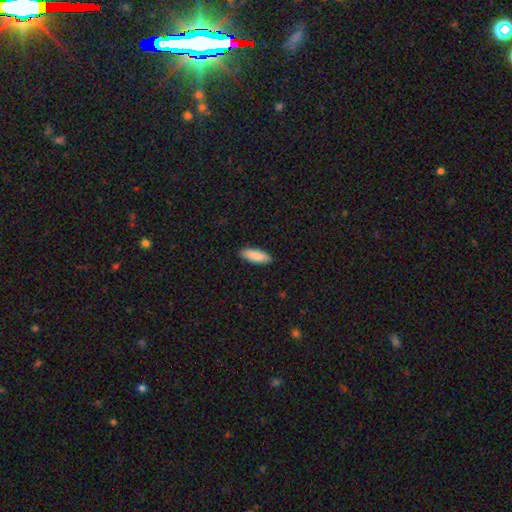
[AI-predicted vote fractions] Overall: smooth (90%). How rounded: in between (64%; cigar-shaped 35%). Merging: none (90%).